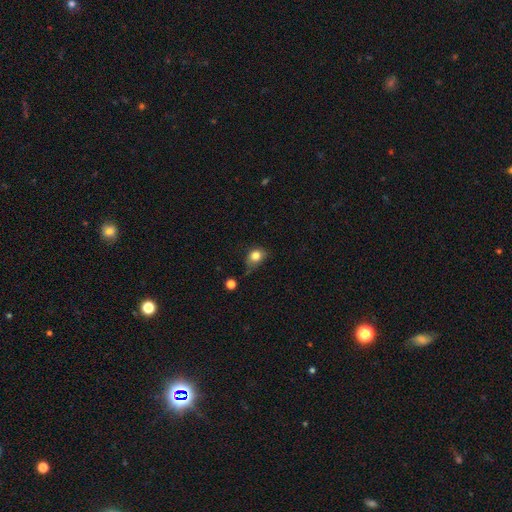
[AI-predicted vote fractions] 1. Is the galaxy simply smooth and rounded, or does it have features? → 81% smooth, 10% star or artifact, 9% featured or disk.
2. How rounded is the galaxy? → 60% round, 39% in between, 1% cigar-shaped.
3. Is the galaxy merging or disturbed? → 47% none, 34% minor disturbance, 14% major disturbance, 5% merger.